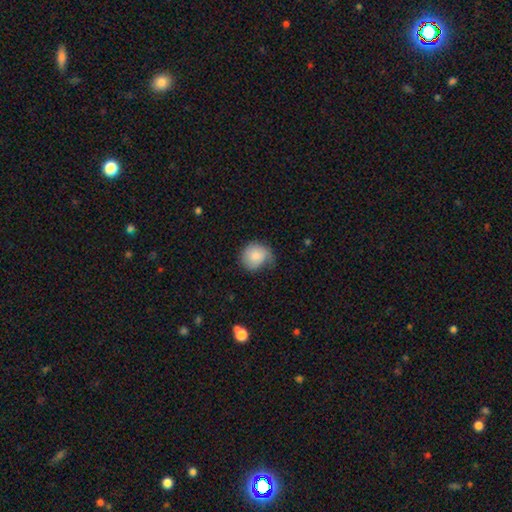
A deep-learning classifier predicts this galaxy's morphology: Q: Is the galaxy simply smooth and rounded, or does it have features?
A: smooth — 78%.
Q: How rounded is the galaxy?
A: round — 78%.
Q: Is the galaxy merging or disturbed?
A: none — 41%.